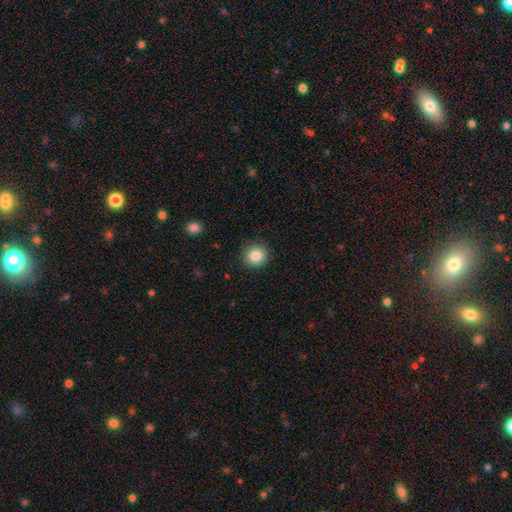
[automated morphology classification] This appears to be a smooth galaxy with no disk features (84%) that is round (93%). Merging: none (90%).